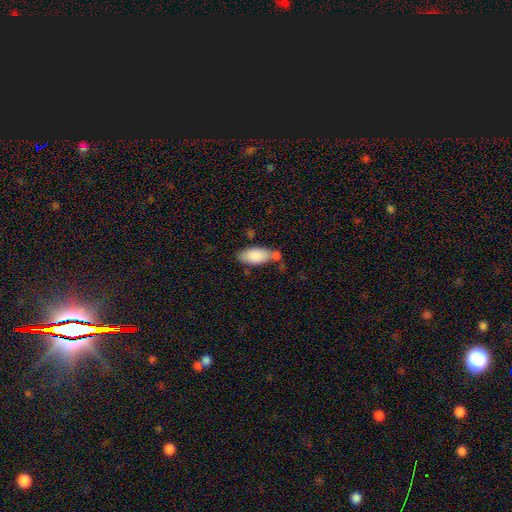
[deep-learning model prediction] Smooth or featured? smooth (85%)
How rounded? in between (89%)
Merging? none (48%)